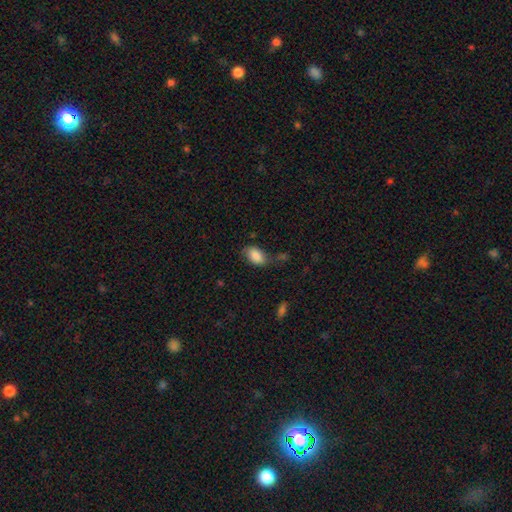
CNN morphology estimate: smooth_or_featured: smooth (p=0.86) [alt: star or artifact p=0.07]
how_rounded: in between (p=0.91) [alt: round p=0.07]
merging: none (p=0.63) [alt: minor disturbance p=0.23]